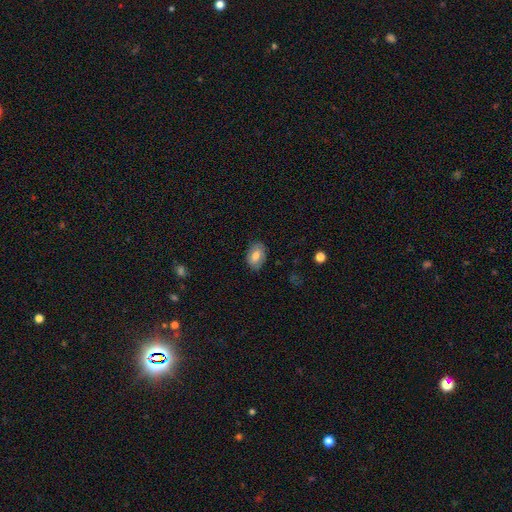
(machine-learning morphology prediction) The model was most divided on "smooth or featured": smooth: 72%, featured or disk: 20%, star or artifact: 8%. More confident: how rounded — in between (87%); merging — none (81%).